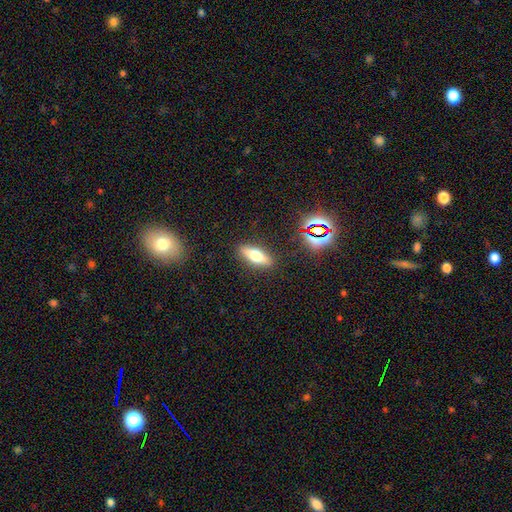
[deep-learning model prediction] Smooth or featured?
  - smooth: 53% *
  - featured or disk: 36%
  - star or artifact: 11%
How rounded?
  - in between: 50% *
  - cigar-shaped: 46%
  - round: 4%
Merging?
  - none: 87% *
  - minor disturbance: 9%
  - major disturbance: 2%
  - merger: 2%